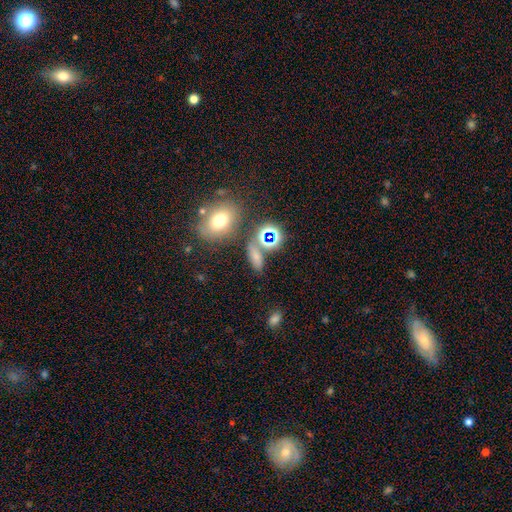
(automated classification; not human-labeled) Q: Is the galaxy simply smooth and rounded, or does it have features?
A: smooth — 58%.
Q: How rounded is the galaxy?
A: in between — 62%.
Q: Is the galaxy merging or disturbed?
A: none — 65%.